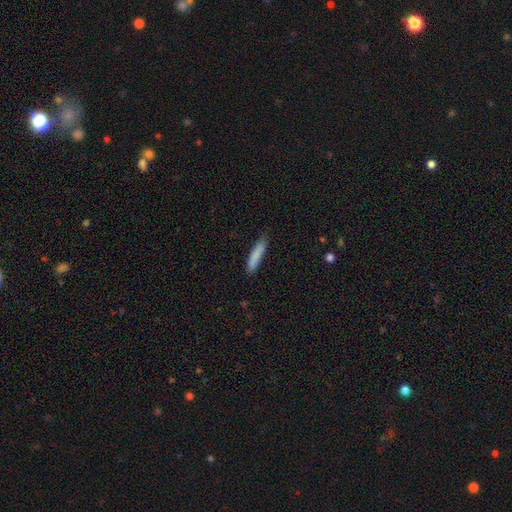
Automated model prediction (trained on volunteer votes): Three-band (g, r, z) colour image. It shows a smooth galaxy with no disk features (85%) that is cigar-shaped (86%). Merging: none (80%).